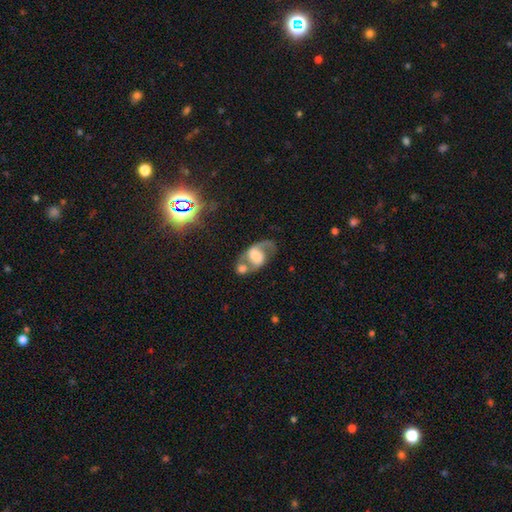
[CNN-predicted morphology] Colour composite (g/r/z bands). It shows a featured or disk galaxy (56%) with no bar (48%), spiral arms (73%) and a large central bulge (38%). Merging: merger (39%).